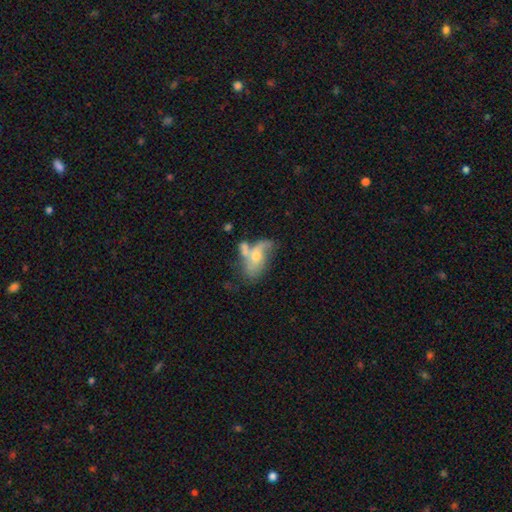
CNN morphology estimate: Smooth or featured? Predicted: featured or disk (p=0.56). Edge-on disk? Predicted: no (p=0.93). Bar? Predicted: no (p=0.70). Spiral arms? Predicted: yes (p=0.66). Bulge size? Predicted: moderate (p=0.49). Merging? Predicted: merger (p=0.32).